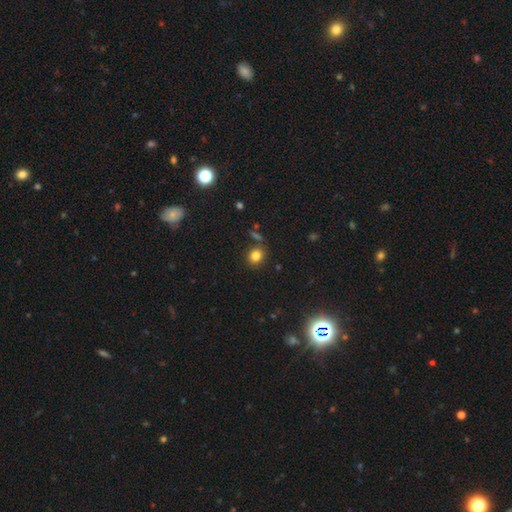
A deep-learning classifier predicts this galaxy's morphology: This appears to be a smooth galaxy with no disk features (81%) that is round (68%). Merging: none (81%).